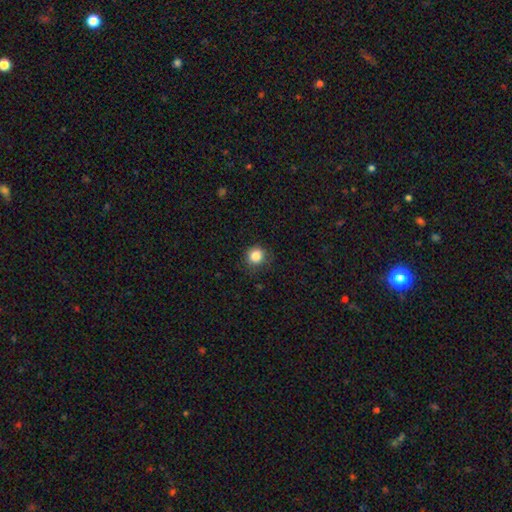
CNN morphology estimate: smooth-or-featured: smooth: 85% | star or artifact: 11% | featured or disk: 4%
  how-rounded: round: 89% | in between: 10% | cigar-shaped: 1%
  merging: none: 84% | minor disturbance: 12% | major disturbance: 3% | merger: 1%